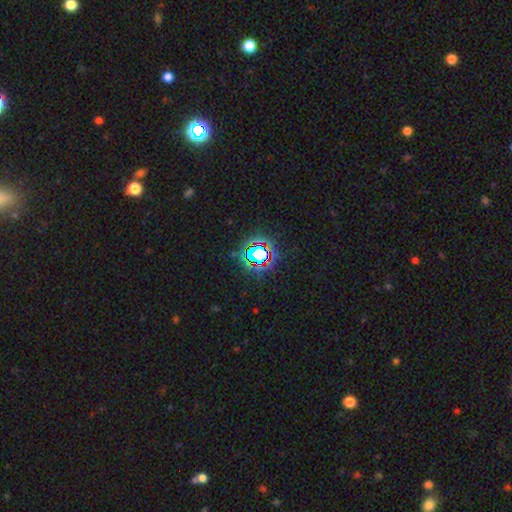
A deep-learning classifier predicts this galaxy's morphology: Smooth or featured? Predicted: star or artifact (p=0.70).